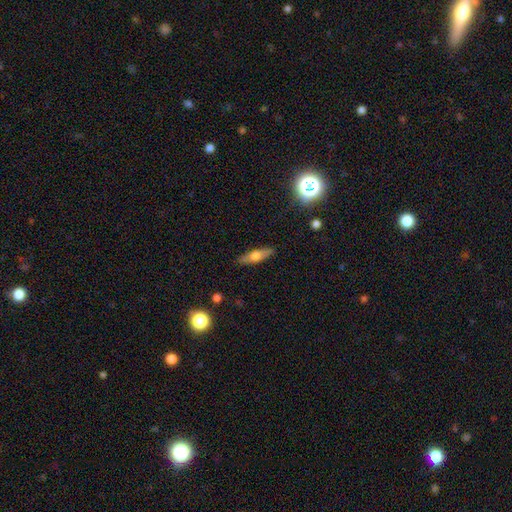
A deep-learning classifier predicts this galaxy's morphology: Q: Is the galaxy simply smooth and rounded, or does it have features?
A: smooth — 55%.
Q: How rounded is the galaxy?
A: cigar-shaped — 60%.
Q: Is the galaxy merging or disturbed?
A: none — 88%.